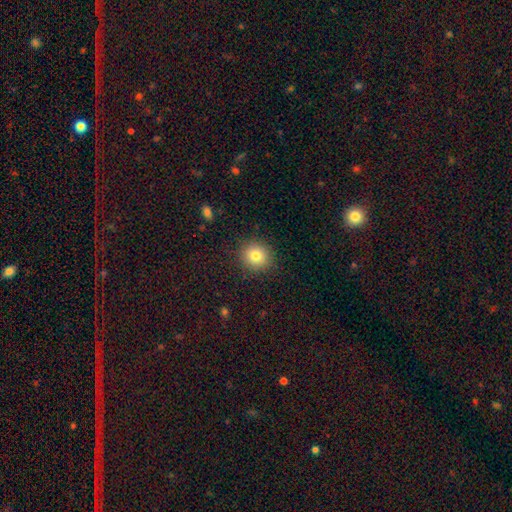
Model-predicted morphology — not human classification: The model was most divided on "smooth or featured": smooth: 80%, star or artifact: 11%, featured or disk: 9%. More confident: merging — none (90%); how rounded — round (89%).